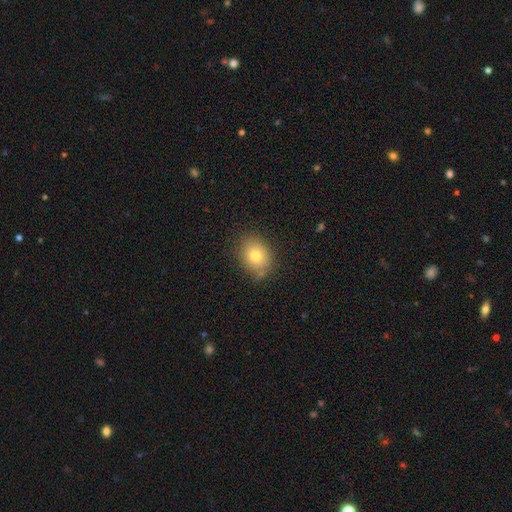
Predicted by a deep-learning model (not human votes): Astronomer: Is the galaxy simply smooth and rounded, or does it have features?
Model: smooth — 77%.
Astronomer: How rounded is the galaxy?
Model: in between — 53% (runner-up: round, 46%).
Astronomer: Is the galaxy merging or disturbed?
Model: none — 78%.